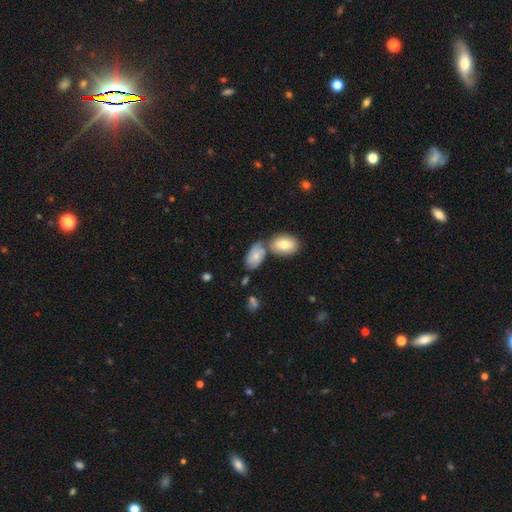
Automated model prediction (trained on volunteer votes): A smooth galaxy with no disk features (65%) that is in between round and cigar-shaped (91%).

Vote fractions:
- Smooth or featured? smooth: 65% / featured or disk: 28% / star or artifact: 7%
- How rounded? in between: 91% / round: 7% / cigar-shaped: 2%
- Merging? merger: 41% / none: 36% / minor disturbance: 16% / major disturbance: 6%